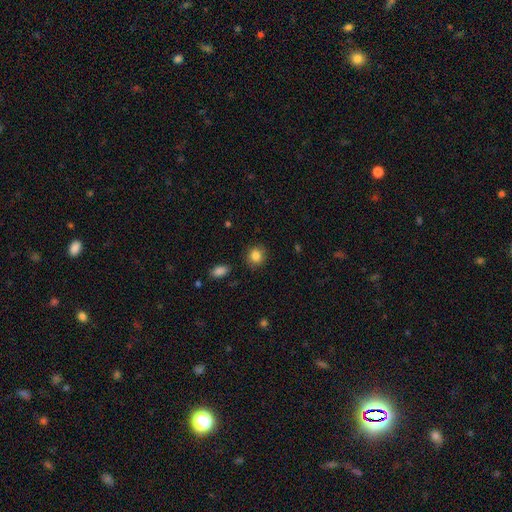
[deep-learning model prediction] smooth-or-featured: smooth: 84% | star or artifact: 9% | featured or disk: 7%
  how-rounded: round: 79% | in between: 20% | cigar-shaped: 1%
  merging: none: 84% | minor disturbance: 11% | major disturbance: 3% | merger: 1%